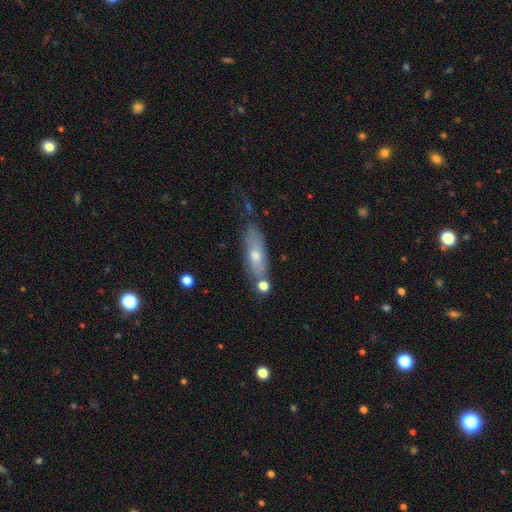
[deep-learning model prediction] Smooth or featured?
  - smooth: 51% *
  - featured or disk: 40%
  - star or artifact: 9%
How rounded?
  - in between: 54% *
  - cigar-shaped: 42%
  - round: 3%
Merging?
  - none: 59% *
  - minor disturbance: 23%
  - merger: 11%
  - major disturbance: 8%